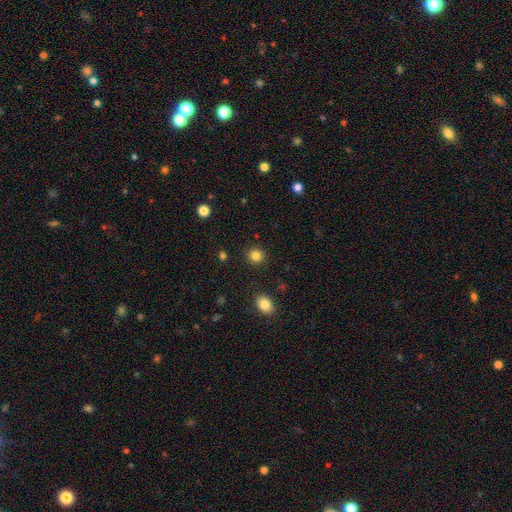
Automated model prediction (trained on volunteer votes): A smooth galaxy with no disk features (84%) that is round (89%). Merging: none (91%).